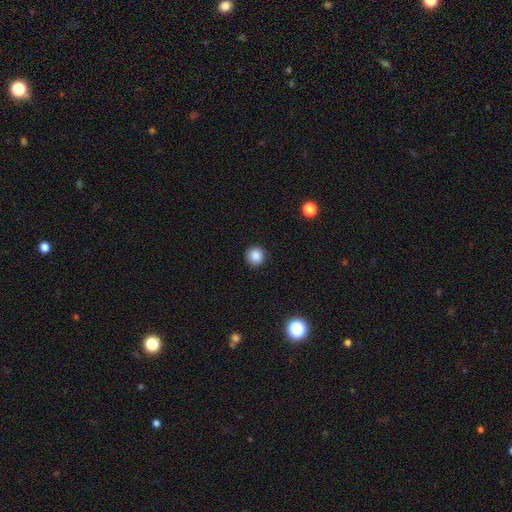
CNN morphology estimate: This appears to be a smooth galaxy with no disk features (86%) that is round (94%). Merging: none (90%).